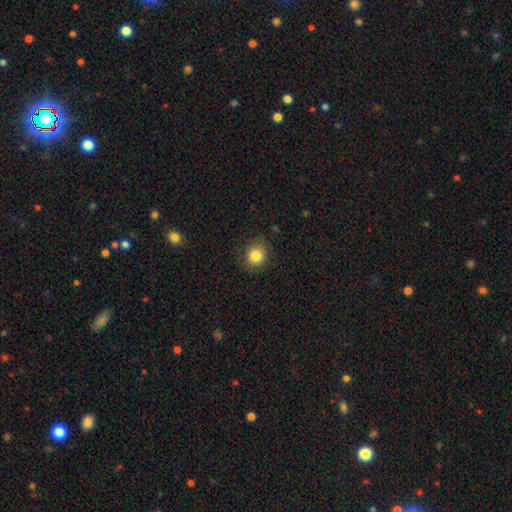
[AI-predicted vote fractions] A smooth galaxy with no disk features (84%) that is round (86%). Merging: none (84%).